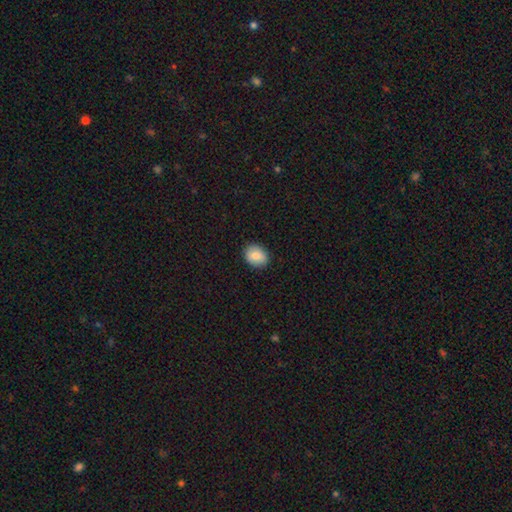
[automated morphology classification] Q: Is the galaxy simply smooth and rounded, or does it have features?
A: smooth — 82%.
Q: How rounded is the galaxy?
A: in between — 51%.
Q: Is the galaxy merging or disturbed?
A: none — 88%.